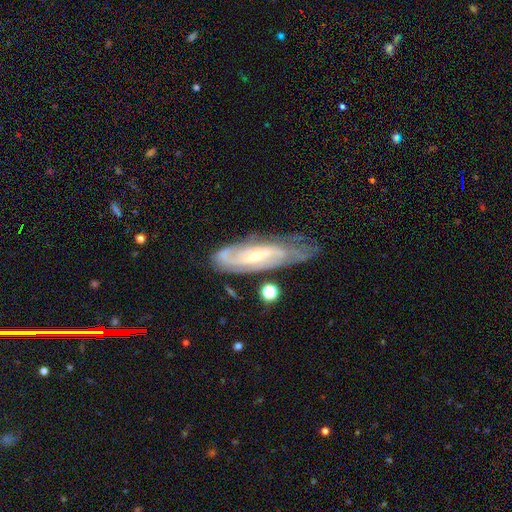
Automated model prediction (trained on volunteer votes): Morphology: type=featured or disk (83%); edge-on=no (86%); bar=no (43%); spiral arms=yes (94%); winding=tight (54%); arm count=2 (44%); bulge=small (68%); merging=none (60%).